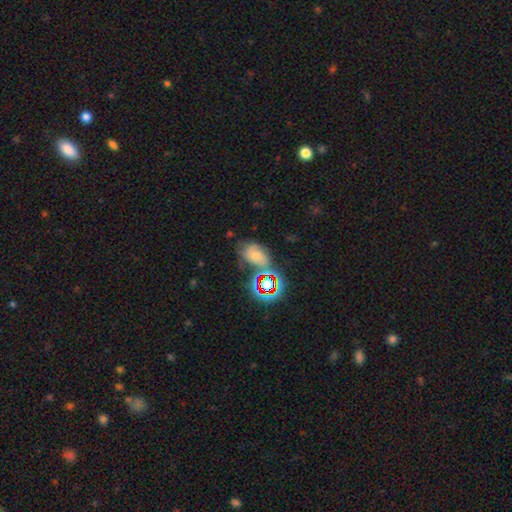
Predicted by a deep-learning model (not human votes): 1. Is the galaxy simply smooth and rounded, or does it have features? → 41% smooth, 30% featured or disk, 29% star or artifact.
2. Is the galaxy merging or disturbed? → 46% none, 25% minor disturbance, 16% major disturbance, 13% merger.